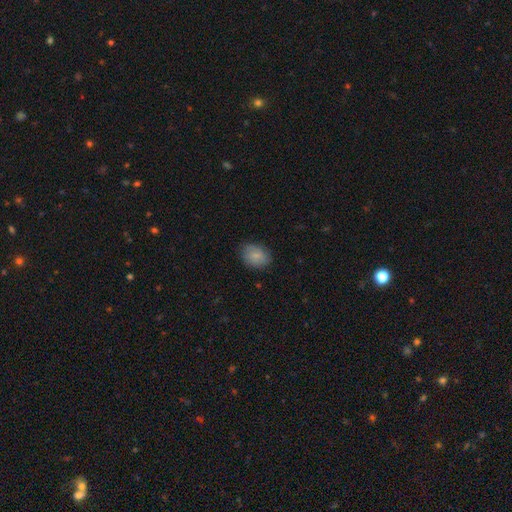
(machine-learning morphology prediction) This appears to be a smooth galaxy with no disk features (78%) that is in between round and cigar-shaped (69%). Merging: none (80%).